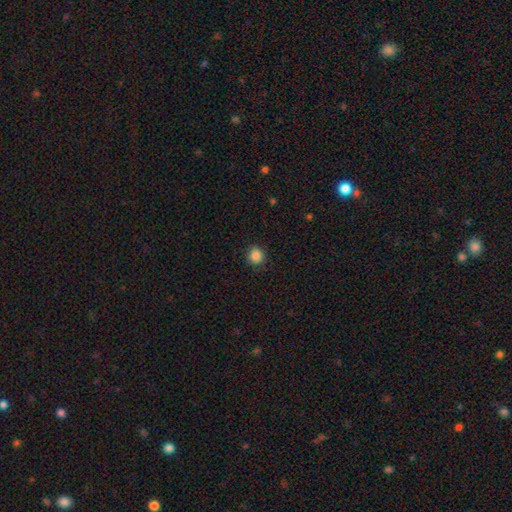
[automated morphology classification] Overall: smooth (86%). How rounded: round (88%). Merging: none (89%).